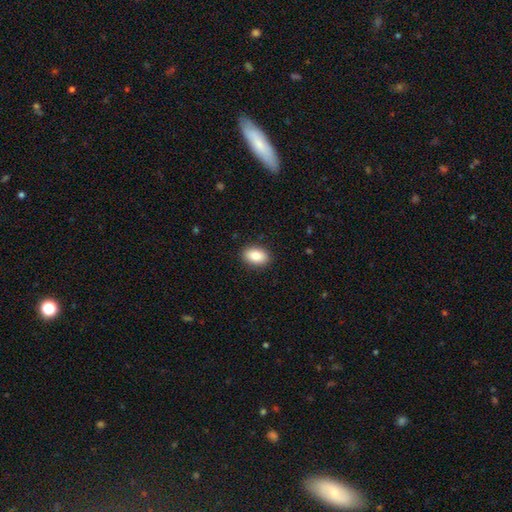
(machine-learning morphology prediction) This appears to be a smooth galaxy with no disk features (87%) that is in between round and cigar-shaped (89%). Merging: none (89%).